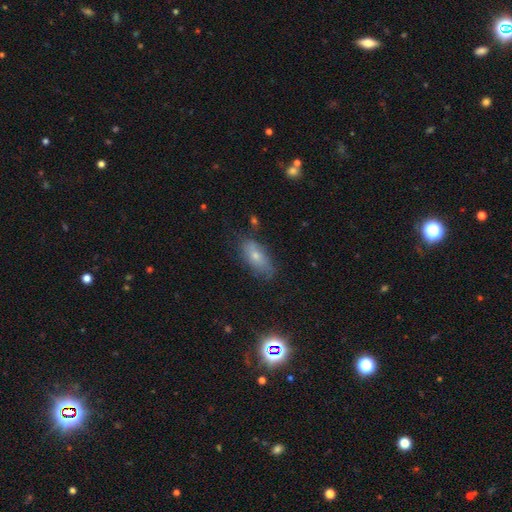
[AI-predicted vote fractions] Morphology: type=smooth (61%); roundness=in between (82%); merging=none (66%).